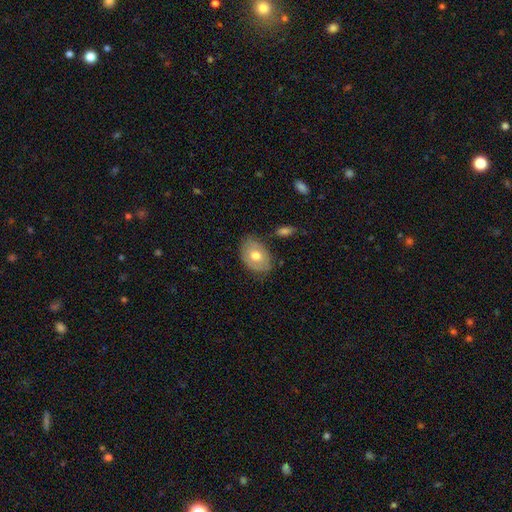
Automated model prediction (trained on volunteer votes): Smooth or featured? smooth (64%)
How rounded? in between (80%)
Merging? none (74%)